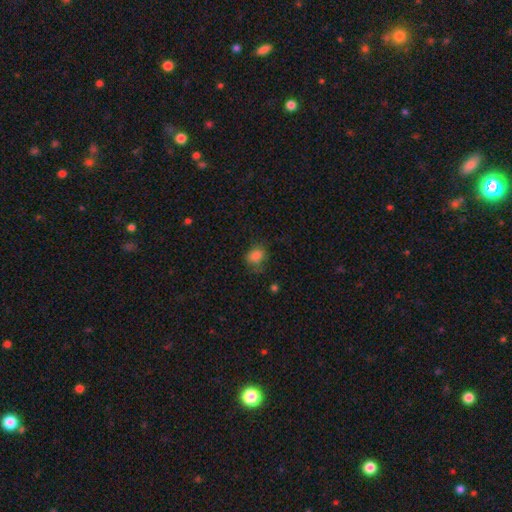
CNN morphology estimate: This appears to be a smooth galaxy with no disk features (83%) that is in between round and cigar-shaped (51%). Merging: none (64%).